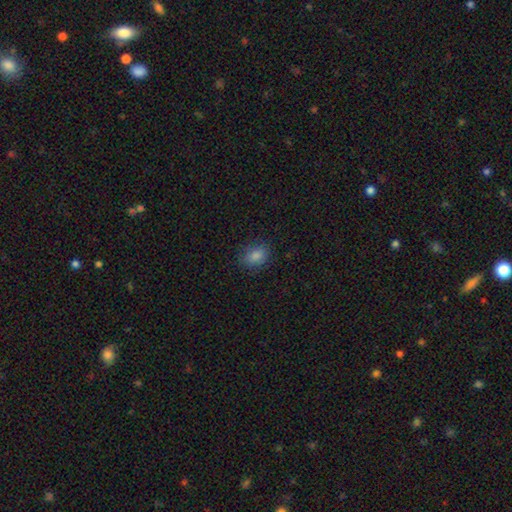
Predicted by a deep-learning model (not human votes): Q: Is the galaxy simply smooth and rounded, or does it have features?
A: smooth — 82%.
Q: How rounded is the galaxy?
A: in between — 73%.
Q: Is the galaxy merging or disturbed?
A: none — 85%.